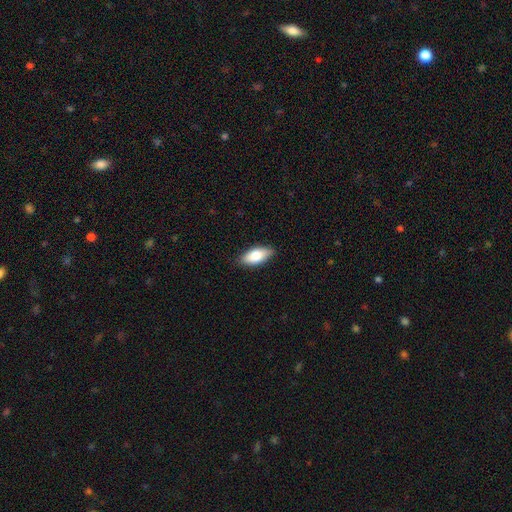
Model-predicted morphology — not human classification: Smooth or featured? smooth (79%)
How rounded? in between (84%)
Merging? none (84%)